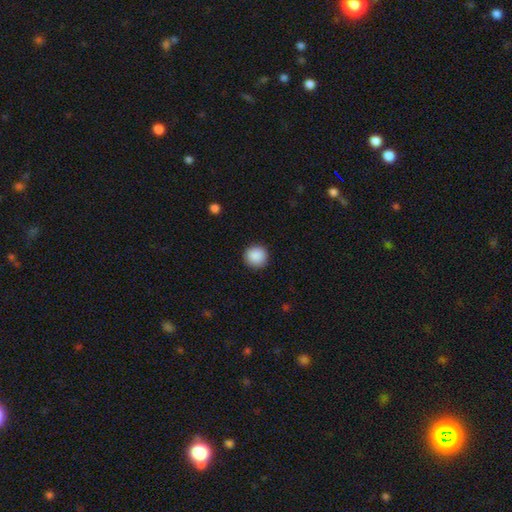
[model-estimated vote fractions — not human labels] Morphology: type=smooth (89%); roundness=round (94%); merging=none (91%).